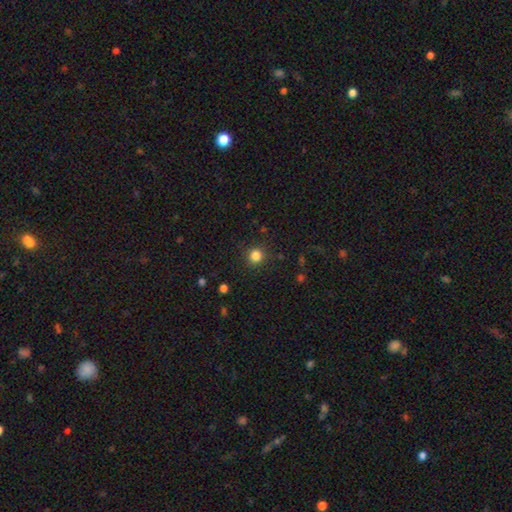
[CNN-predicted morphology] Smooth or featured: smooth — 83% (star or artifact — 13%)
How rounded: round — 93% (in between — 6%)
Merging: none — 90% (minor disturbance — 6%)